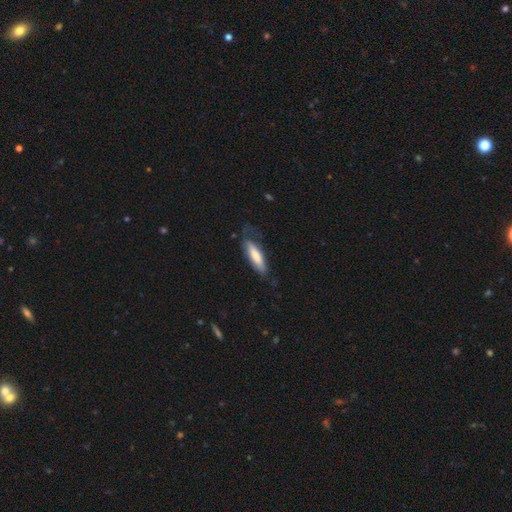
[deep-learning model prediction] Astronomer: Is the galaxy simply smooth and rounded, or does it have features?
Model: smooth — 73%.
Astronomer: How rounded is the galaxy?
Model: cigar-shaped — 63%.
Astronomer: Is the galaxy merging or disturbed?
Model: none — 59%.